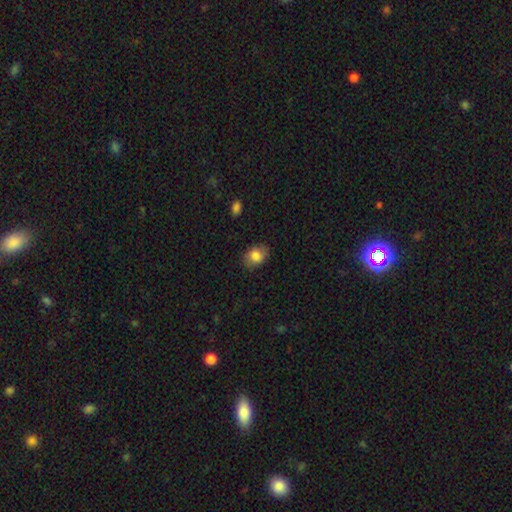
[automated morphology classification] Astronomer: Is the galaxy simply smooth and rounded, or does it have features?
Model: smooth — 81%.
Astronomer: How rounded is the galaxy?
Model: in between — 66%.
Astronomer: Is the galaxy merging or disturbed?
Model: none — 79%.